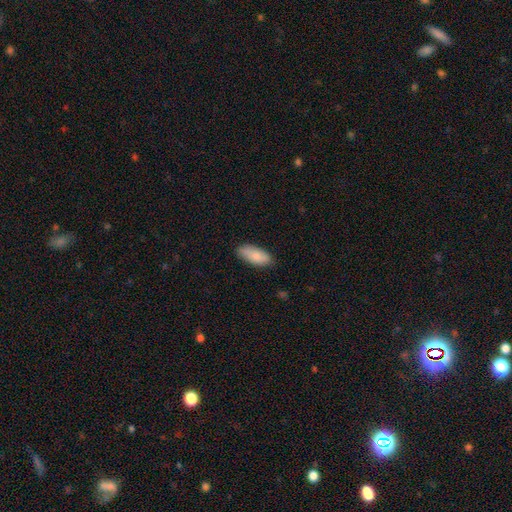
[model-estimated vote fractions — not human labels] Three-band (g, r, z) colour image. It shows a smooth galaxy with no disk features (83%) that is in between round and cigar-shaped (84%). Merging: none (80%).